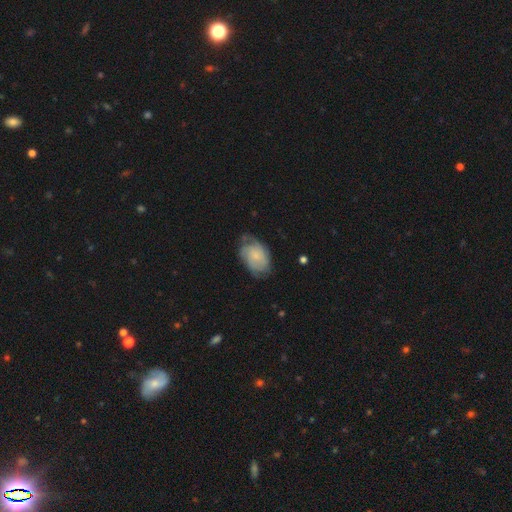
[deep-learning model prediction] Morphology: type=featured or disk (67%); edge-on=no (97%); bar=no (74%); spiral arms=yes (92%); winding=tight (53%); arm count=can't tell (37%); bulge=small (57%); merging=none (63%).